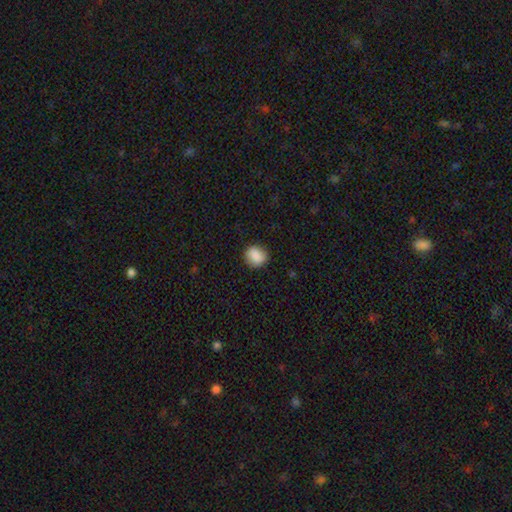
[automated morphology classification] Overall: smooth (87%). How rounded: round (71%). Merging: none (85%).